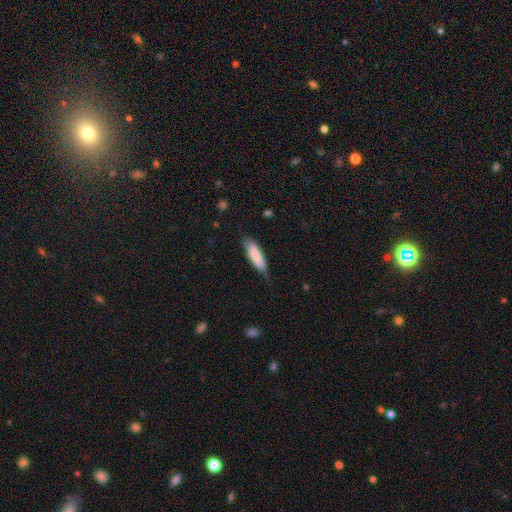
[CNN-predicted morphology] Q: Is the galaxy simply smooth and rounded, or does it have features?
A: smooth — 82%.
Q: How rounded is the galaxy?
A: cigar-shaped — 50%.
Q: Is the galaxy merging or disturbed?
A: none — 65%.